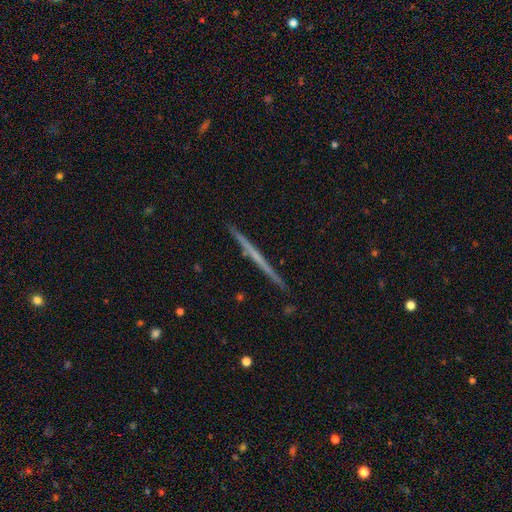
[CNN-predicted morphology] Smooth or featured?
  - featured or disk: 66% *
  - smooth: 28%
  - star or artifact: 6%
Edge-on disk?
  - yes: 98% *
  - no: 2%
Edge-on bulge?
  - none: 84% *
  - rounded: 12%
  - boxy: 4%
Merging?
  - none: 92% *
  - minor disturbance: 6%
  - major disturbance: 1%
  - merger: 1%